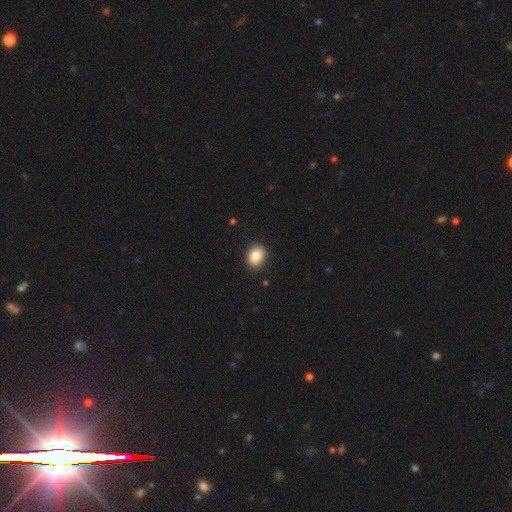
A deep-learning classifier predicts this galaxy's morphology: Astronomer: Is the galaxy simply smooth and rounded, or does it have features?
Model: smooth — 84%.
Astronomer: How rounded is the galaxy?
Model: in between — 54% (runner-up: round, 44%).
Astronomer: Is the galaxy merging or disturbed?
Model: none — 87%.